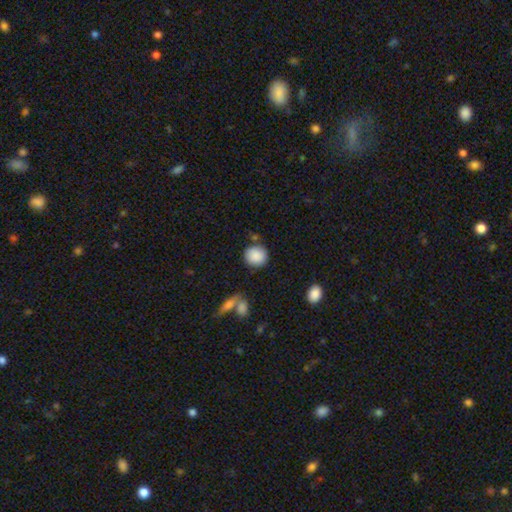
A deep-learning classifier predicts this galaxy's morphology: smooth_or_featured: smooth (p=0.88) [alt: star or artifact p=0.07]
how_rounded: round (p=0.86) [alt: in between p=0.13]
merging: none (p=0.78) [alt: minor disturbance p=0.12]